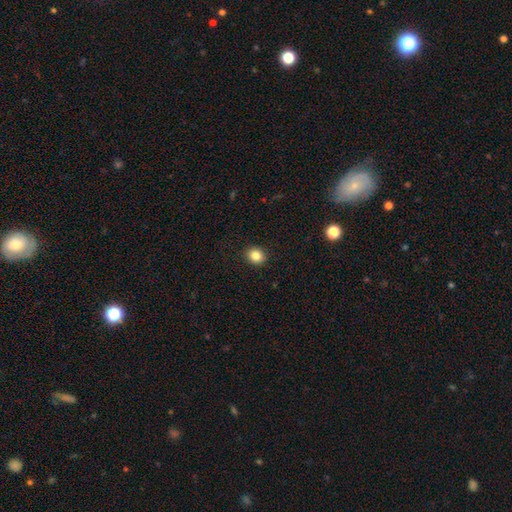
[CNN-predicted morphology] This appears to be a smooth galaxy with no disk features (84%) that is round (70%). Merging: none (92%).